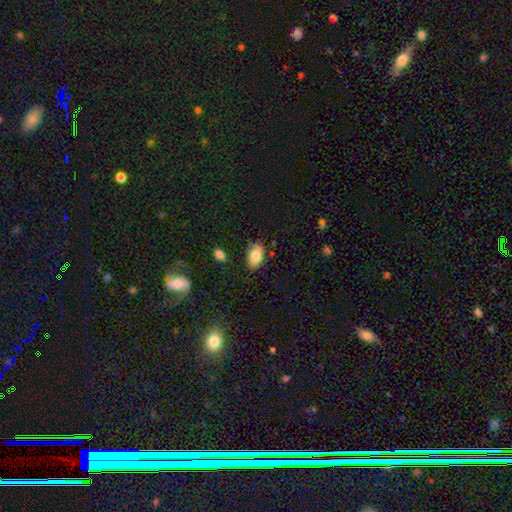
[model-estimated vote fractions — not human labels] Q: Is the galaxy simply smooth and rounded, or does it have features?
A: smooth — 81%.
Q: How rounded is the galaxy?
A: in between — 90%.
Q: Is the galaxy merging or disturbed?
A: none — 76%.